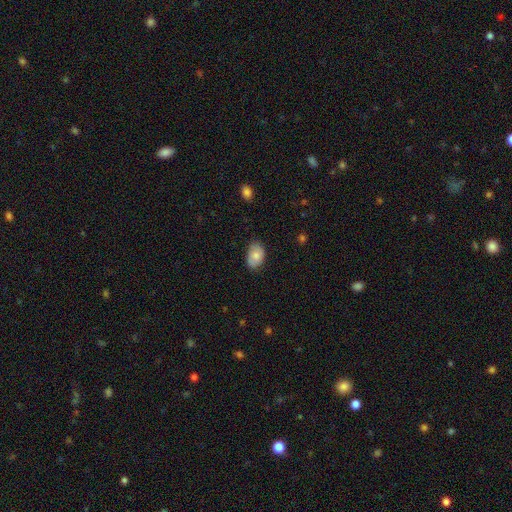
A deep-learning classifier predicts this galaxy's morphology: Q: Smooth or featured?
A: smooth (77%); runner-up: featured or disk (16%)
Q: How rounded?
A: in between (87%); runner-up: round (12%)
Q: Merging?
A: none (75%); runner-up: minor disturbance (21%)